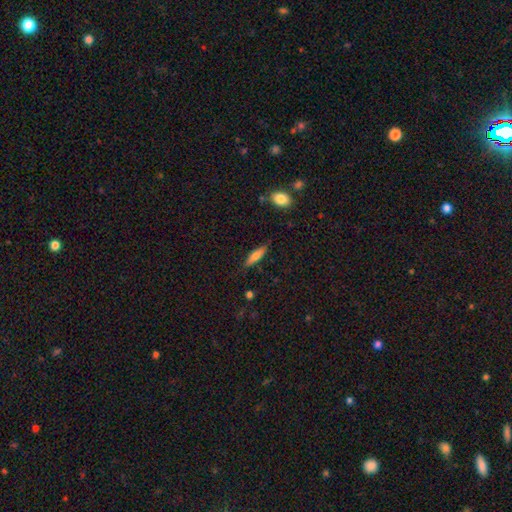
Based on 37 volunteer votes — A smooth galaxy with no disk features (57%) that is cigar-shaped (48%). Merging: none (86%).